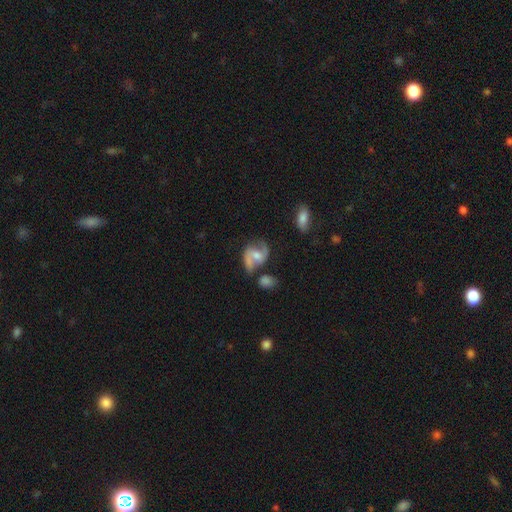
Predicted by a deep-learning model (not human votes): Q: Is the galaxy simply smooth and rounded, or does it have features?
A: featured or disk — 76%.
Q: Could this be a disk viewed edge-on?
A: no — 97%.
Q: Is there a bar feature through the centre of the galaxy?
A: weak — 43%.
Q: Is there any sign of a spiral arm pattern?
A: yes — 92%.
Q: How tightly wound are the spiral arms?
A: medium — 47%.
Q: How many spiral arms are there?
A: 2 — 89%.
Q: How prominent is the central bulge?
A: moderate — 58%.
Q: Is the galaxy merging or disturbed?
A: none — 55%.